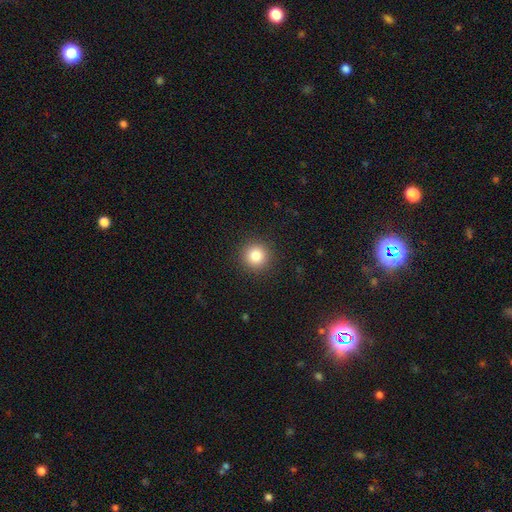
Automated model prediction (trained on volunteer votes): Smooth or featured: smooth — 84% (star or artifact — 11%)
How rounded: round — 95% (in between — 4%)
Merging: none — 92% (minor disturbance — 5%)